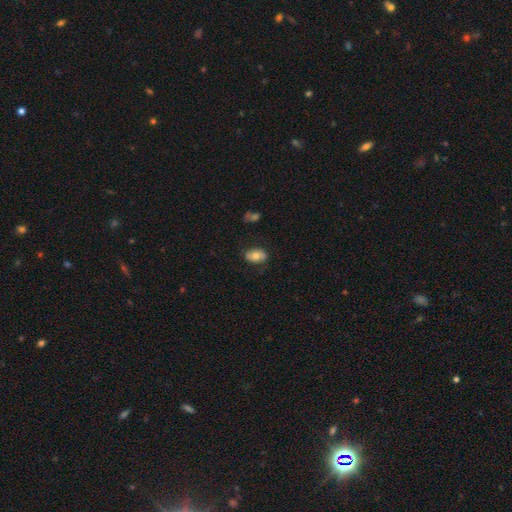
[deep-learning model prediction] This appears to be a smooth galaxy with no disk features (70%) that is in between round and cigar-shaped (87%). Merging: none (76%).